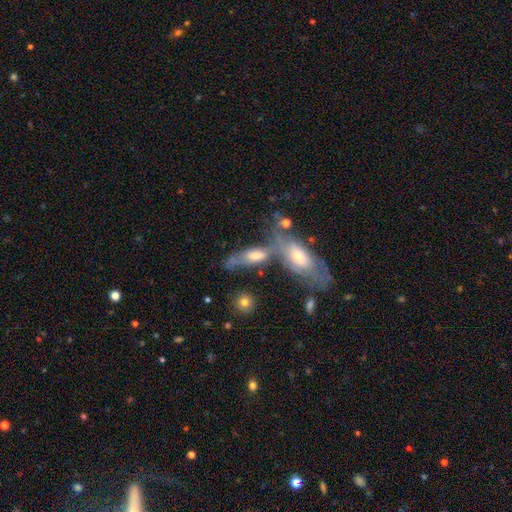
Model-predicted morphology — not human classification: A smooth galaxy with no disk features (52%) that is in between round and cigar-shaped (69%). Merging: merger (45%).